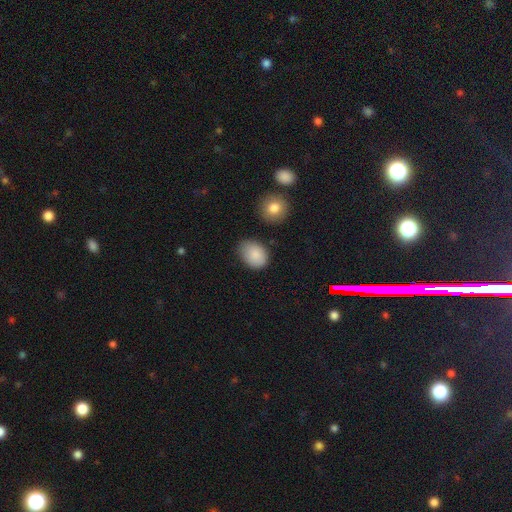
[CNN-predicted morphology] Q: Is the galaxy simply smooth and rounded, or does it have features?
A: smooth — 87%.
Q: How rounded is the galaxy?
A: in between — 75%.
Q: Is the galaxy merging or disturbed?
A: none — 72%.